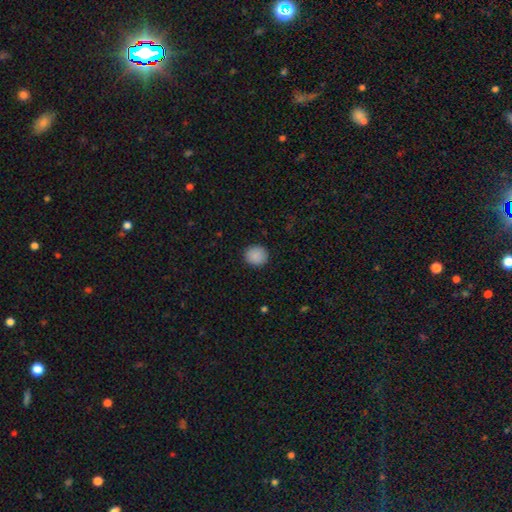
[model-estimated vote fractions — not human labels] A smooth galaxy with no disk features (89%) that is round (89%).

Vote fractions:
- Smooth or featured? smooth: 89% / star or artifact: 9% / featured or disk: 3%
- How rounded? round: 89% / in between: 10% / cigar-shaped: 1%
- Merging? none: 90% / minor disturbance: 7% / major disturbance: 2% / merger: 1%